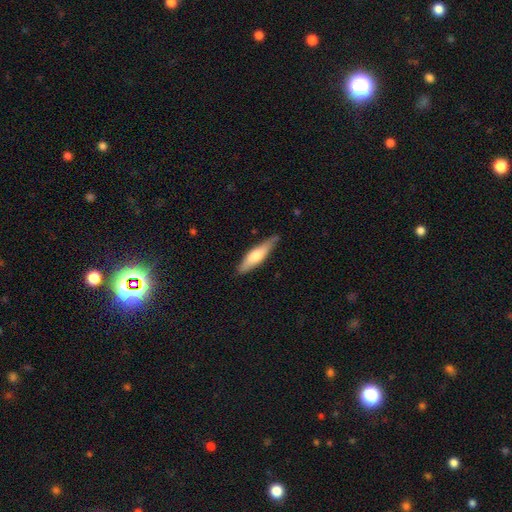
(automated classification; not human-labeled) Q: Smooth or featured?
A: smooth (60%); runner-up: featured or disk (35%)
Q: How rounded?
A: cigar-shaped (72%); runner-up: in between (26%)
Q: Merging?
A: none (79%); runner-up: minor disturbance (17%)